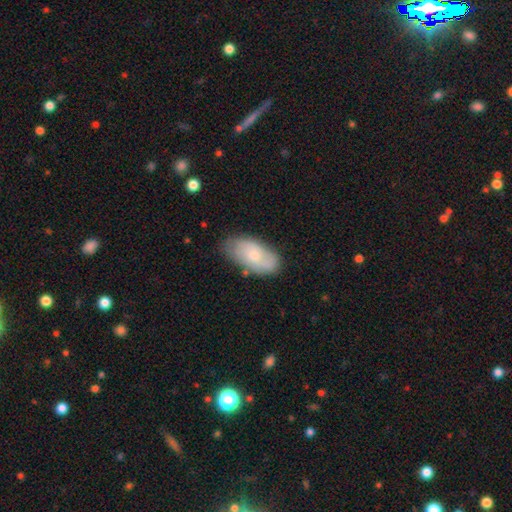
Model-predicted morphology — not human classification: Smooth or featured: smooth — 59% (featured or disk — 35%)
How rounded: in between — 93% (round — 3%)
Merging: none — 71% (minor disturbance — 22%)